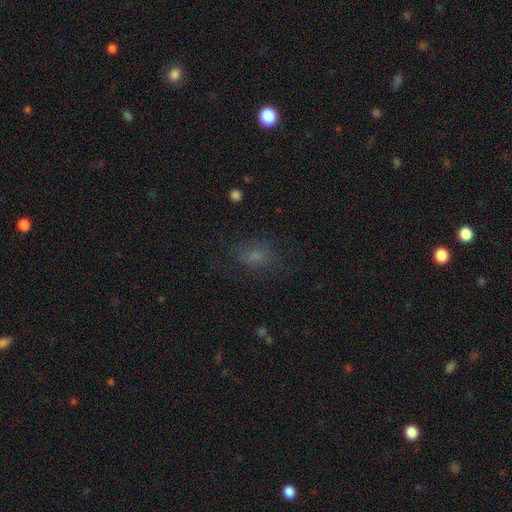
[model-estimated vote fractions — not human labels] A smooth galaxy with no disk features (64%) that is in between round and cigar-shaped (65%). Merging: none (68%).